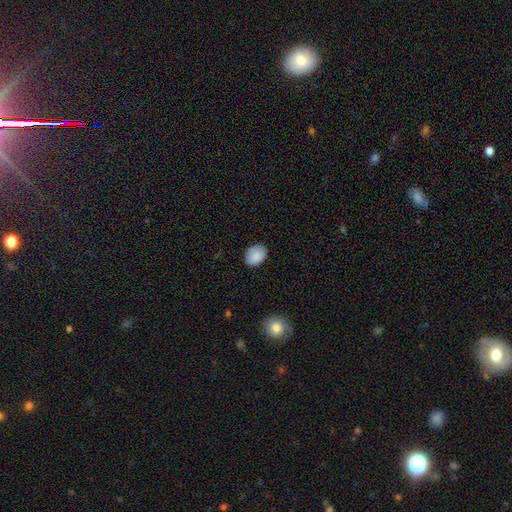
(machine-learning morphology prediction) Overall: smooth (88%). How rounded: in between (59%; round 40%). Merging: none (85%).